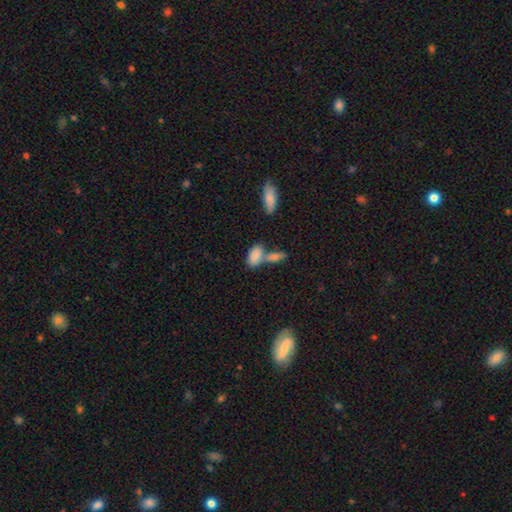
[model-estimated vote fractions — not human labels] Smooth or featured? smooth (83%)
How rounded? in between (89%)
Merging? merger (45%)